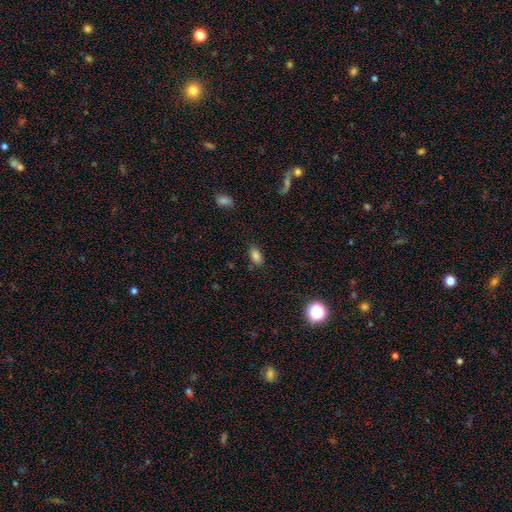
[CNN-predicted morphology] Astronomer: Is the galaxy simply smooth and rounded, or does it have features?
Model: smooth — 83%.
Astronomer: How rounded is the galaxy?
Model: in between — 90%.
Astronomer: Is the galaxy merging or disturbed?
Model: none — 81%.